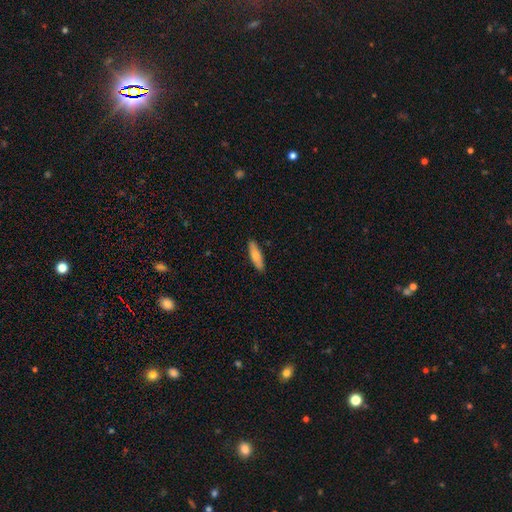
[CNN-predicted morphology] smooth 73%, featured or disk 21%, star or artifact 6%. Down the decision tree: how rounded — cigar-shaped (63%); merging — none (89%).